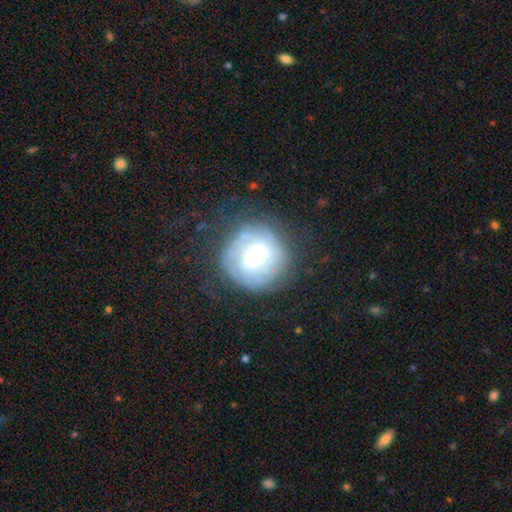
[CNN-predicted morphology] A featured or disk galaxy (66%) with a weak bar (53%), spiral arms (73%) and a moderate central bulge (58%).

Vote fractions:
- Smooth or featured? featured or disk: 66% / smooth: 25% / star or artifact: 9%
- Edge-on disk? no: 96% / yes: 4%
- Bar? weak: 53% / strong: 25% / no: 22%
- Spiral arms? yes: 73% / no: 27%
- Bulge size? moderate: 58% / small: 30% / large: 8% / none: 2% / dominant: 1%
- Merging? none: 70% / minor disturbance: 18% / major disturbance: 10% / merger: 2%